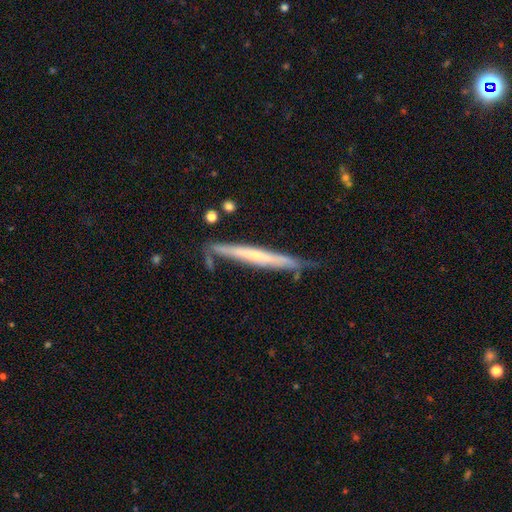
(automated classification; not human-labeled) This appears to be a featured or disk galaxy (59%) viewed edge-on (92%) with no central bulge (53%). Merging: none (73%).